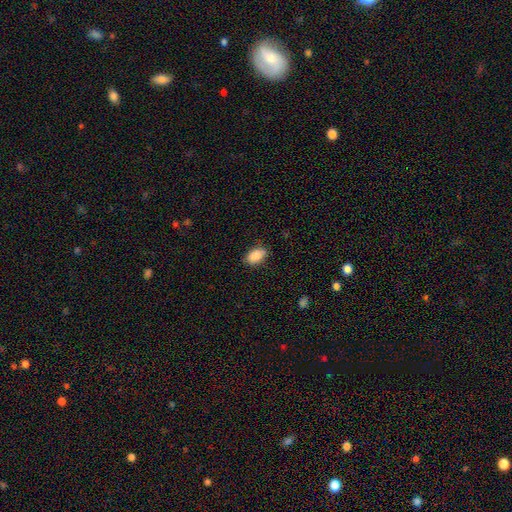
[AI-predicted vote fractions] The model was most divided on "merging": none: 84%, minor disturbance: 13%, major disturbance: 3%, merger: 1%. More confident: how rounded — in between (92%); smooth or featured — smooth (88%).